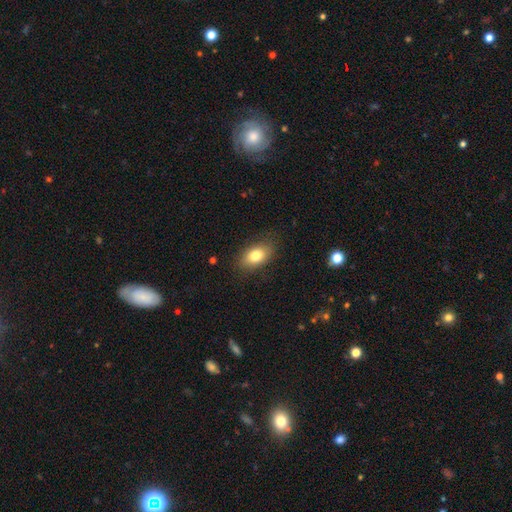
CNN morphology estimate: This is likely a smooth galaxy (79%). How rounded: clearly in between (87%). Merging: clearly none (82%).